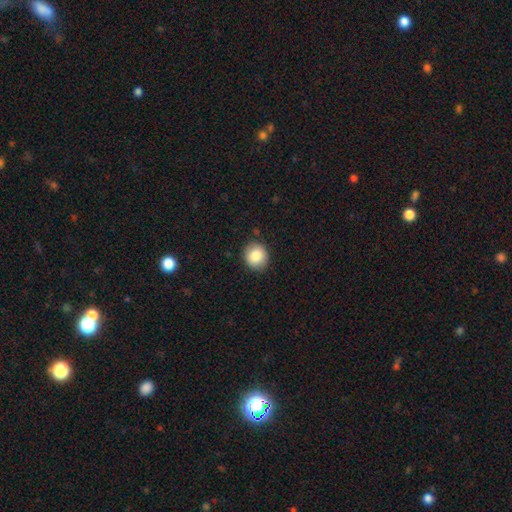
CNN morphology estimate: Q: Smooth or featured?
A: smooth (86%); runner-up: star or artifact (8%)
Q: How rounded?
A: round (85%); runner-up: in between (14%)
Q: Merging?
A: none (88%); runner-up: minor disturbance (9%)